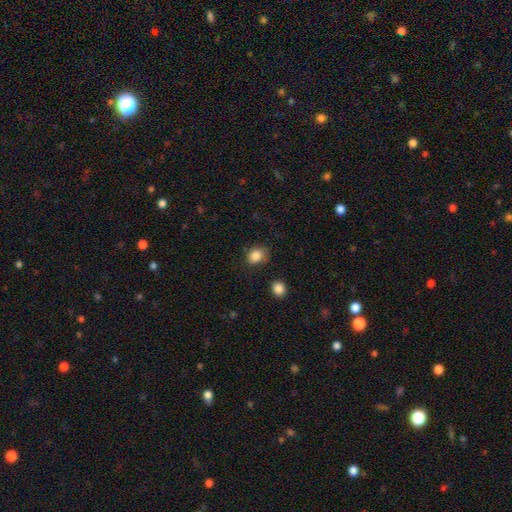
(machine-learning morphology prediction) Smooth or featured?
  - smooth: 86% *
  - star or artifact: 10%
  - featured or disk: 4%
How rounded?
  - round: 50% *
  - in between: 49%
  - cigar-shaped: 1%
Merging?
  - none: 75% *
  - minor disturbance: 18%
  - major disturbance: 4%
  - merger: 3%